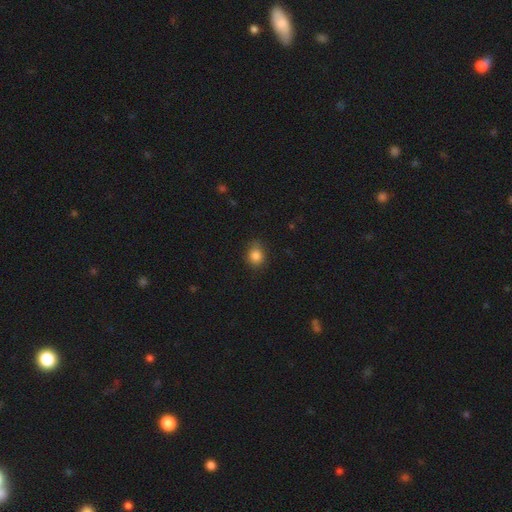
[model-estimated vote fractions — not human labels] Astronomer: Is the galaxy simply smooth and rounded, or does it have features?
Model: smooth — 84%.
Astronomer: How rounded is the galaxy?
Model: round — 66%.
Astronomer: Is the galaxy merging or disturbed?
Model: none — 77%.